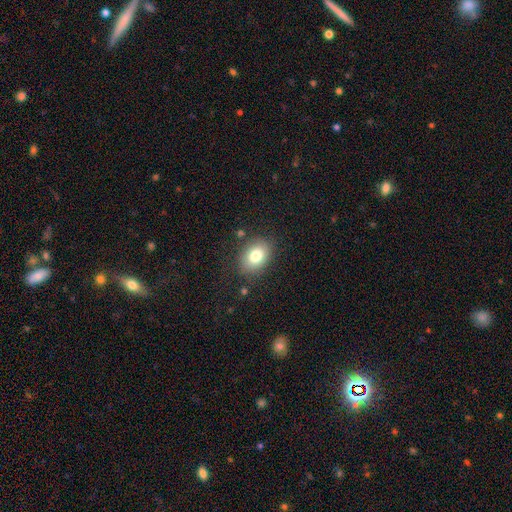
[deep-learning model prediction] Smooth or featured?
  - smooth: 79% *
  - featured or disk: 12%
  - star or artifact: 10%
How rounded?
  - in between: 69% *
  - round: 30%
  - cigar-shaped: 1%
Merging?
  - none: 82% *
  - minor disturbance: 12%
  - major disturbance: 4%
  - merger: 2%